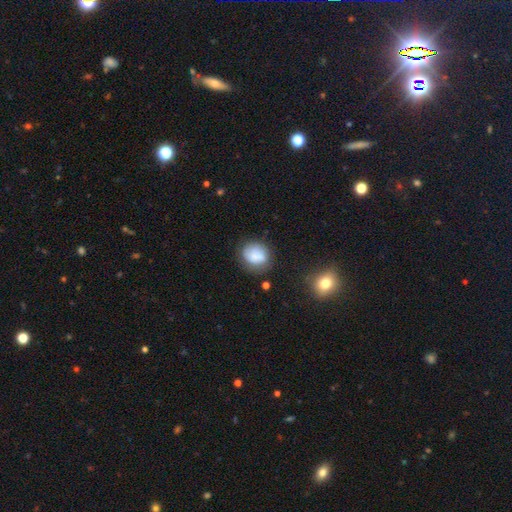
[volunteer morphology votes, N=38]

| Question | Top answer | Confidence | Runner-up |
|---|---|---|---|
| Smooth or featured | smooth | 82% | featured or disk (11%) |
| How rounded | round | 52% | in between (48%) |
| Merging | none | 80% | minor disturbance (17%) |